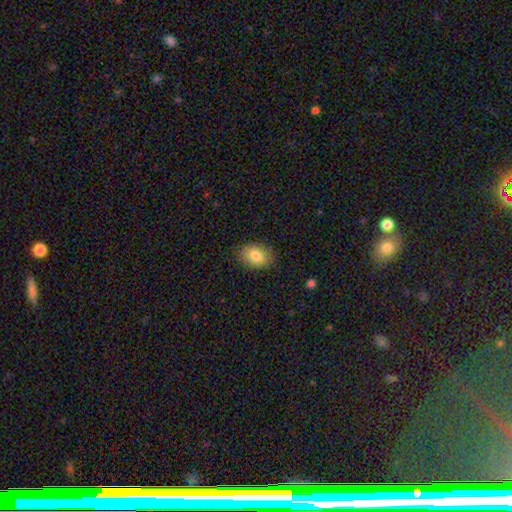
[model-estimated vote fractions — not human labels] Smooth or featured?
  - smooth: 83% *
  - featured or disk: 10%
  - star or artifact: 8%
How rounded?
  - in between: 78% *
  - round: 21%
  - cigar-shaped: 1%
Merging?
  - none: 85% *
  - minor disturbance: 11%
  - major disturbance: 3%
  - merger: 1%